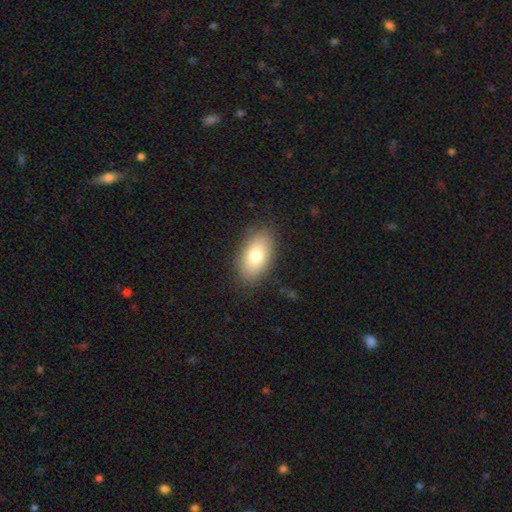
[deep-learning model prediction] smooth-or-featured: smooth: 78% | featured or disk: 15% | star or artifact: 8%
  how-rounded: in between: 92% | round: 6% | cigar-shaped: 2%
  merging: none: 85% | minor disturbance: 11% | major disturbance: 3% | merger: 1%